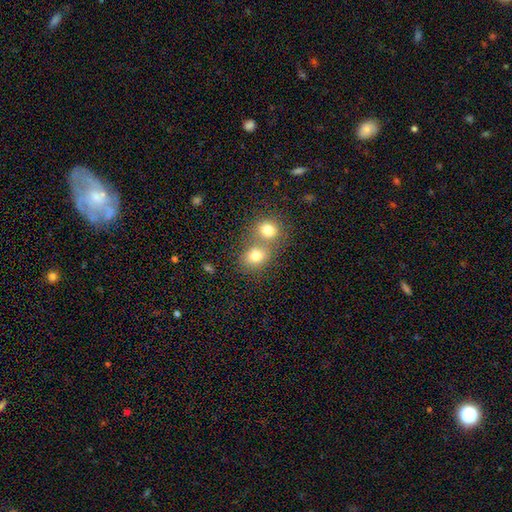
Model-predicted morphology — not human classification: smooth_or_featured: smooth (p=0.78) [alt: star or artifact p=0.11]
how_rounded: round (p=0.63) [alt: in between p=0.36]
merging: merger (p=0.52) [alt: none p=0.38]